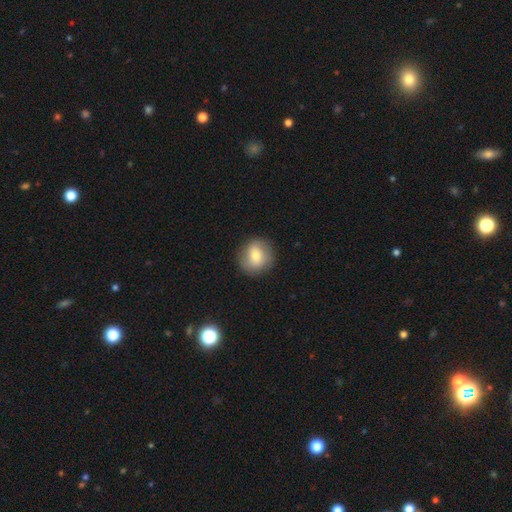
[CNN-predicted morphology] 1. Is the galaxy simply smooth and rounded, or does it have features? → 69% smooth, 22% featured or disk, 8% star or artifact.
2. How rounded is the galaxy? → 86% round, 13% in between, 1% cigar-shaped.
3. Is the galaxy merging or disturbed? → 86% none, 9% minor disturbance, 3% major disturbance, 1% merger.